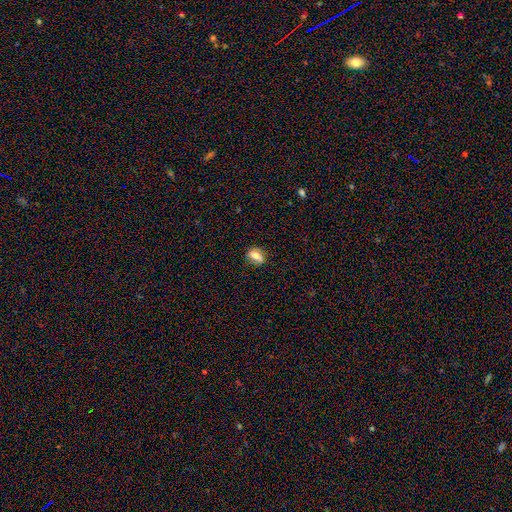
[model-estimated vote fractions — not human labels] This is likely a smooth galaxy (67%). How rounded: likely in between (64%). Merging: likely none (76%).